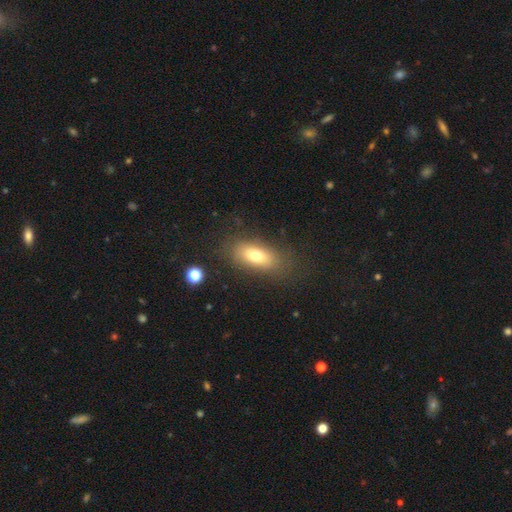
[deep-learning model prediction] Smooth or featured? Predicted: smooth (p=0.71). How rounded? Predicted: in between (p=0.80). Merging? Predicted: none (p=0.78).